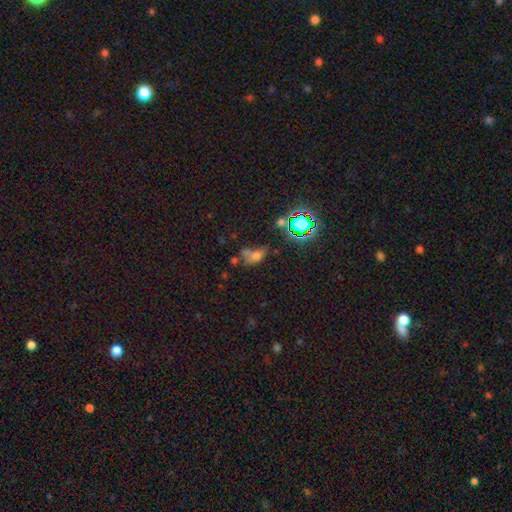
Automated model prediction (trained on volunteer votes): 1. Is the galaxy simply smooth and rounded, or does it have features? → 52% smooth, 29% star or artifact, 19% featured or disk.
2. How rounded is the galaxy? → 71% in between, 23% round, 6% cigar-shaped.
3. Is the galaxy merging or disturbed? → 30% none, 29% merger, 22% major disturbance, 19% minor disturbance.